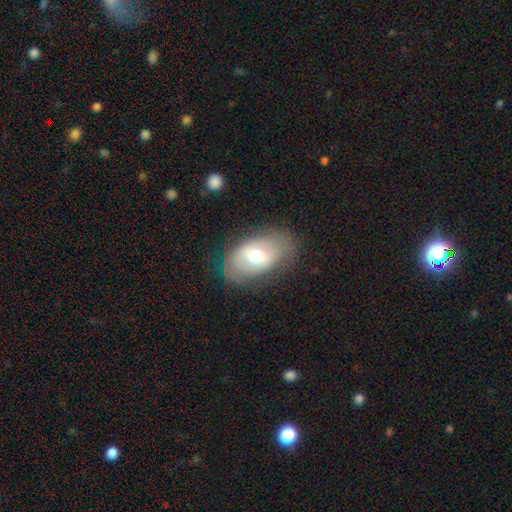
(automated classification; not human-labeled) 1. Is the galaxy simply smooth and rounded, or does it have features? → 51% smooth, 42% featured or disk, 7% star or artifact.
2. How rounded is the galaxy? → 90% in between, 8% round, 2% cigar-shaped.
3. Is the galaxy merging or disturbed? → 73% none, 19% minor disturbance, 7% major disturbance, 1% merger.